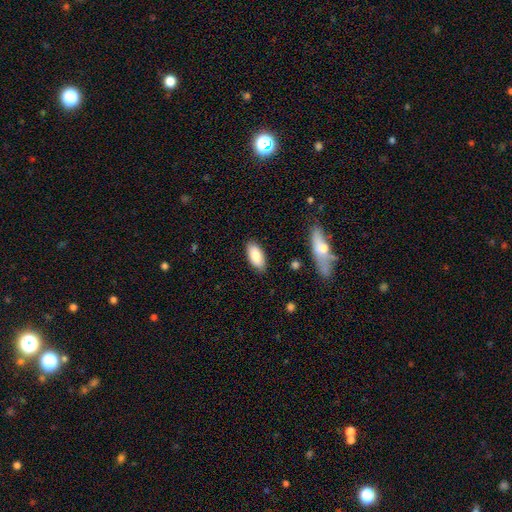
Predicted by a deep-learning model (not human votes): A smooth galaxy with no disk features (84%) that is in between round and cigar-shaped (89%). Merging: none (86%).